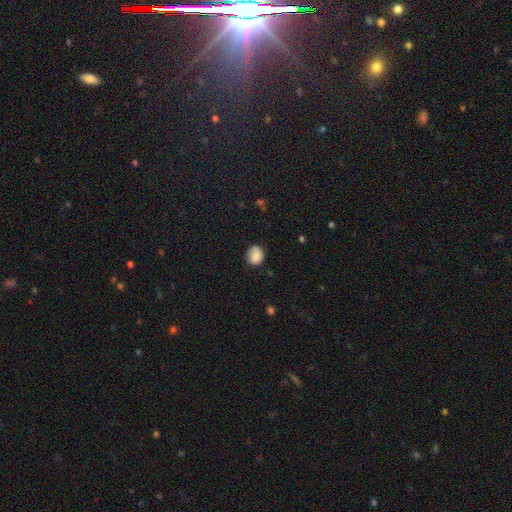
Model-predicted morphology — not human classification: smooth 83%, featured or disk 9%, star or artifact 8%. Down the decision tree: how rounded — round (59%); merging — none (72%).